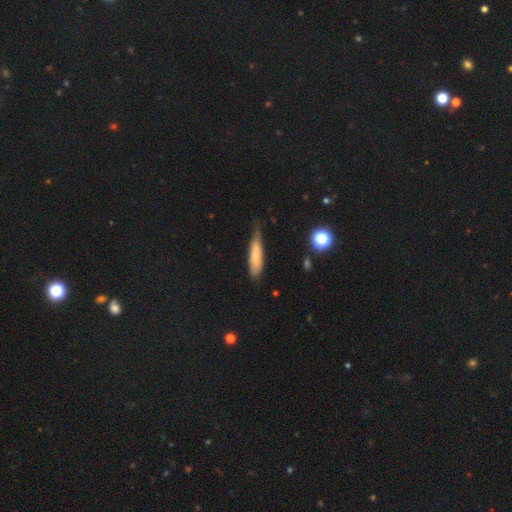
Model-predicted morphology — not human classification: Smooth or featured: smooth — 75% (featured or disk — 18%)
How rounded: cigar-shaped — 70% (in between — 28%)
Merging: none — 49% (minor disturbance — 39%)